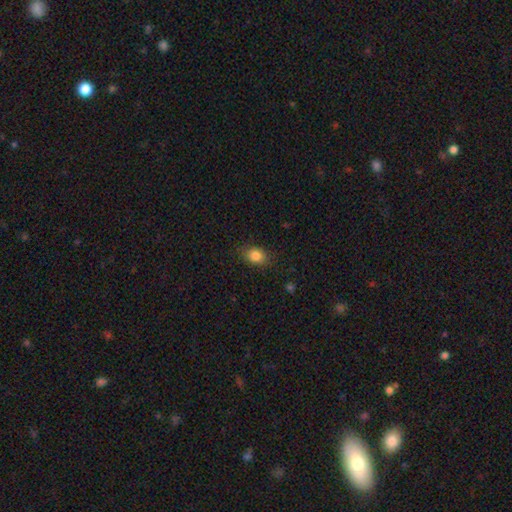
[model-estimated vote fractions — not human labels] The model was most divided on "how rounded": in between: 65%, round: 34%, cigar-shaped: 1%. More confident: smooth or featured — smooth (84%); merging — none (83%).